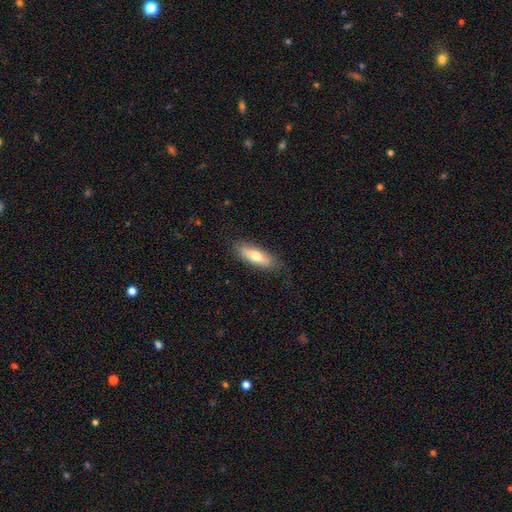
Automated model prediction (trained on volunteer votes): The model was most divided on "how rounded": in between: 61%, cigar-shaped: 37%, round: 2%. More confident: merging — none (78%); smooth or featured — smooth (68%).